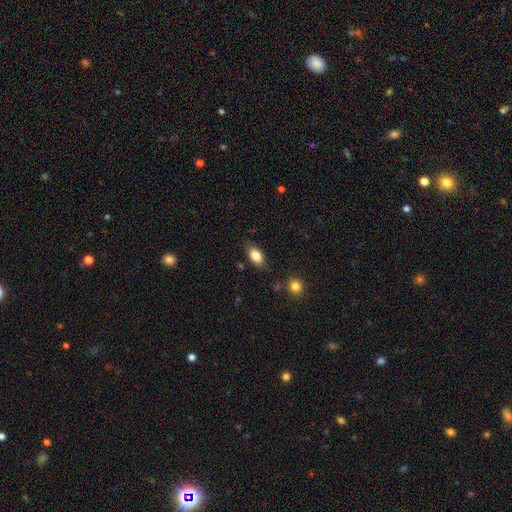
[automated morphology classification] The model was most divided on "merging": none: 79%, minor disturbance: 15%, major disturbance: 4%, merger: 2%. More confident: how rounded — in between (89%); smooth or featured — smooth (84%).